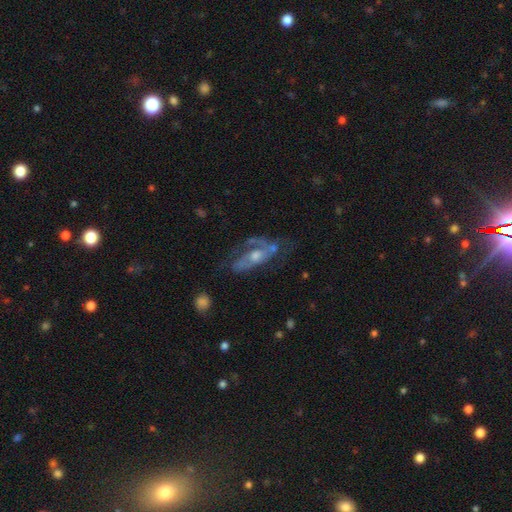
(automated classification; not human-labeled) The model was most divided on "spiral winding": medium: 44%, tight: 30%, loose: 26%. Remaining: edge-on disk — no (90%); spiral arms — yes (78%); smooth or featured — featured or disk (75%); bar — no (67%); bulge size — moderate (57%); spiral arm count — 2 (52%); merging — none (47%).